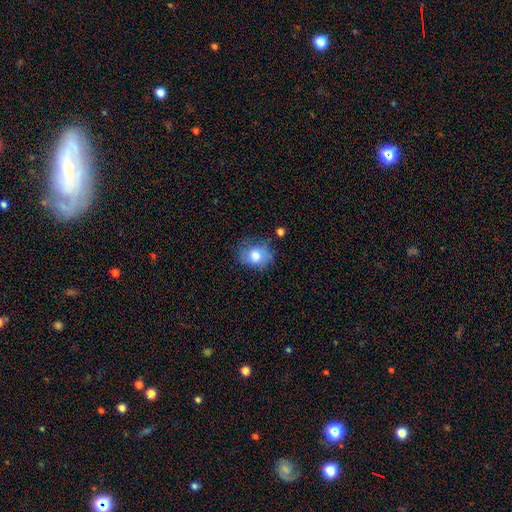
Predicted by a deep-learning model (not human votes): This appears to be a smooth galaxy with no disk features (75%) that is round (59%). Merging: none (63%).